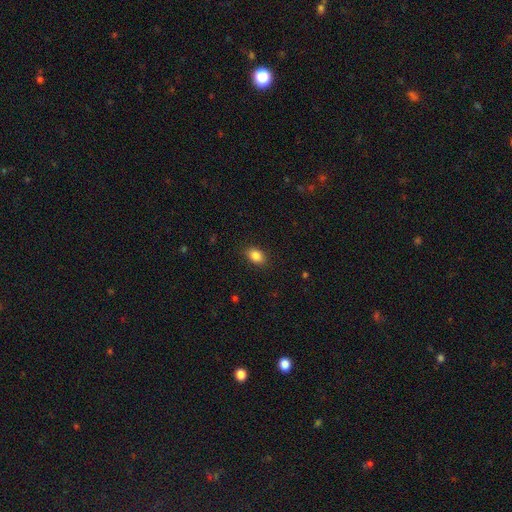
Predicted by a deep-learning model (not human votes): Q: Smooth or featured?
A: smooth (87%); runner-up: star or artifact (9%)
Q: How rounded?
A: in between (82%); runner-up: round (16%)
Q: Merging?
A: none (87%); runner-up: minor disturbance (10%)